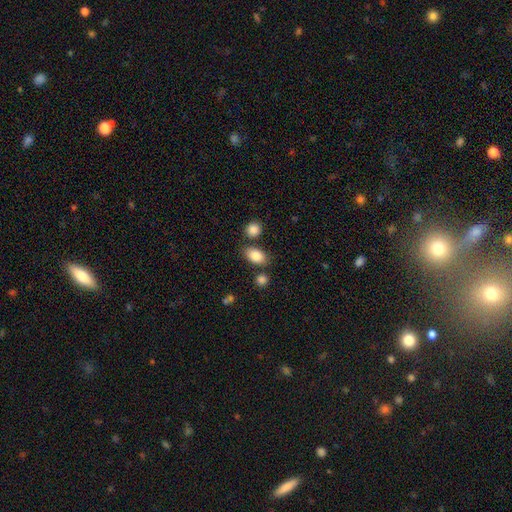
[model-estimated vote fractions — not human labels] A smooth galaxy with no disk features (85%) that is in between round and cigar-shaped (83%). Merging: none (73%).